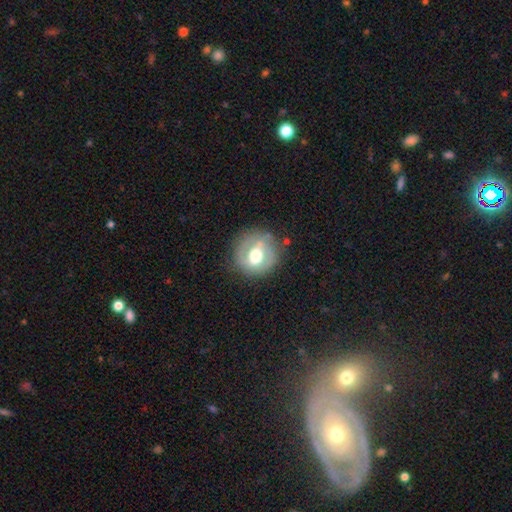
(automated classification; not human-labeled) smooth_or_featured: featured or disk (p=0.56) [alt: smooth p=0.36]
disk_edge_on: no (p=0.96) [alt: yes p=0.04]
bar: weak (p=0.41) [alt: no p=0.38]
has_spiral_arms: yes (p=0.55) [alt: no p=0.45]
bulge_size: moderate (p=0.57) [alt: large p=0.34]
merging: none (p=0.76) [alt: minor disturbance p=0.15]